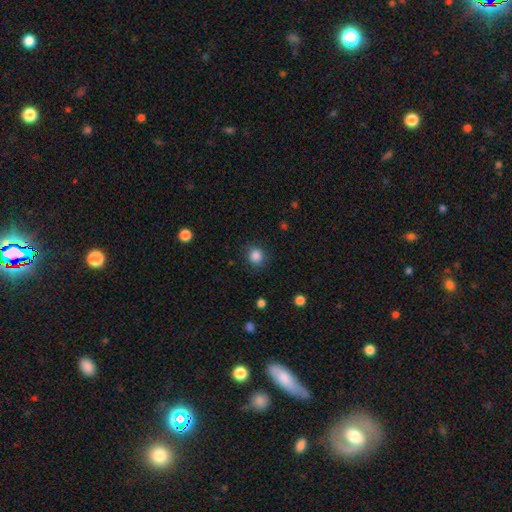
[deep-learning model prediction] Morphology: type=smooth (86%); roundness=round (89%); merging=none (86%).